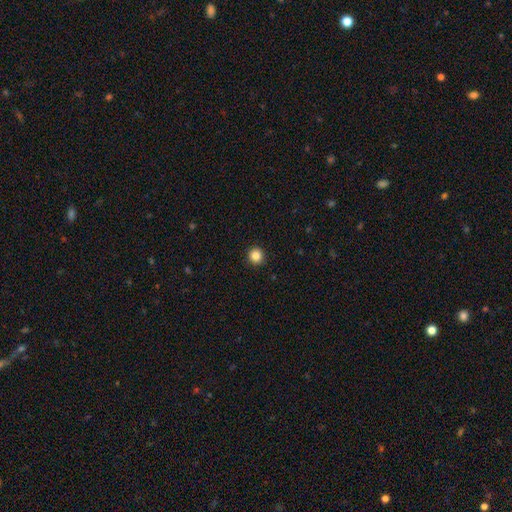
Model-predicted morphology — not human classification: smooth_or_featured: smooth (p=0.85) [alt: star or artifact p=0.11]
how_rounded: round (p=0.94) [alt: in between p=0.05]
merging: none (p=0.93) [alt: minor disturbance p=0.04]